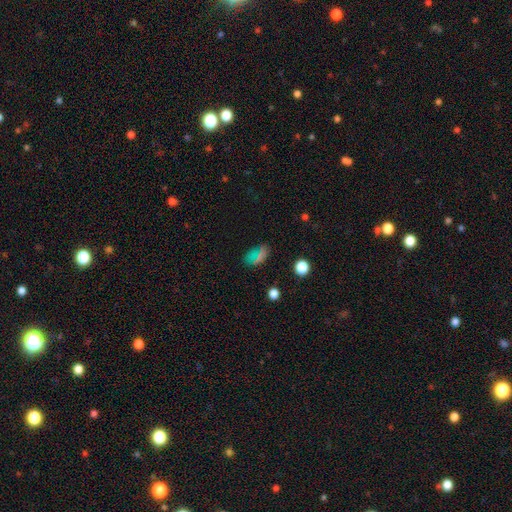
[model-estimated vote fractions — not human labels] Smooth or featured? smooth (61%)
How rounded? in between (83%)
Merging? none (78%)